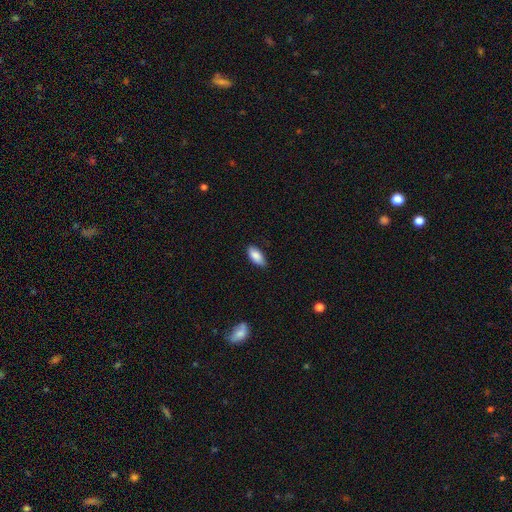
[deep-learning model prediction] Overall: smooth (88%). How rounded: in between (89%). Merging: none (81%).